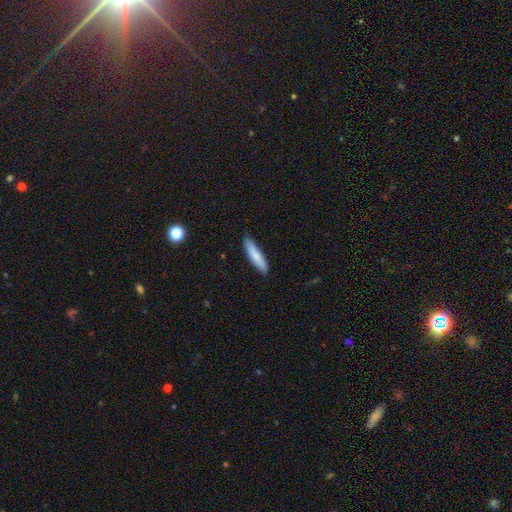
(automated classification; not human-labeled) A smooth galaxy with no disk features (82%) that is cigar-shaped (80%). Merging: none (87%).